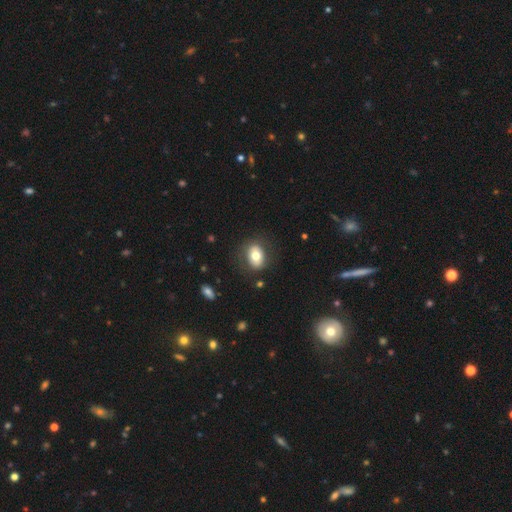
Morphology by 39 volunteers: smooth-or-featured: smooth: 85% | featured or disk: 13% | star or artifact: 3%
  how-rounded: in between: 67% | round: 30% | cigar-shaped: 3%
  merging: none: 68% | minor disturbance: 18% | major disturbance: 13% | merger: 0%